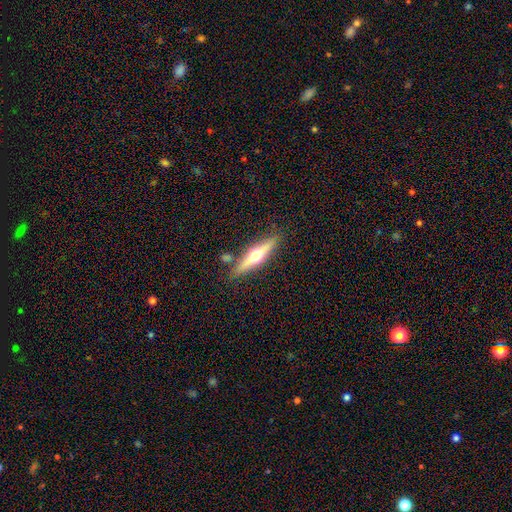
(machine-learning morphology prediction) The model was most divided on "smooth or featured": featured or disk: 65%, smooth: 29%, star or artifact: 6%. More confident: edge-on disk — yes (95%); edge-on bulge — rounded (95%); merging — none (83%).